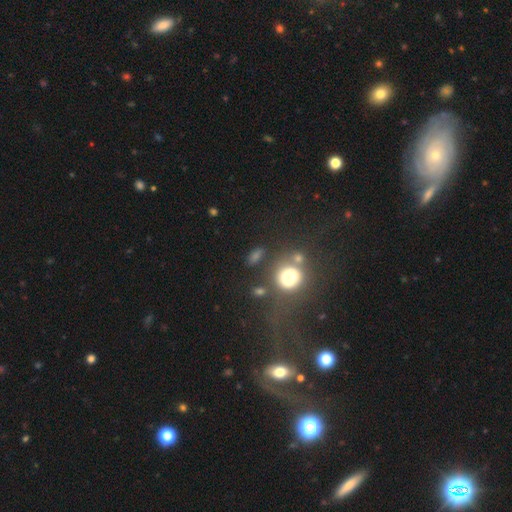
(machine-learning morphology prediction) A smooth galaxy with no disk features (63%) that is round (51%). Merging: none (61%).